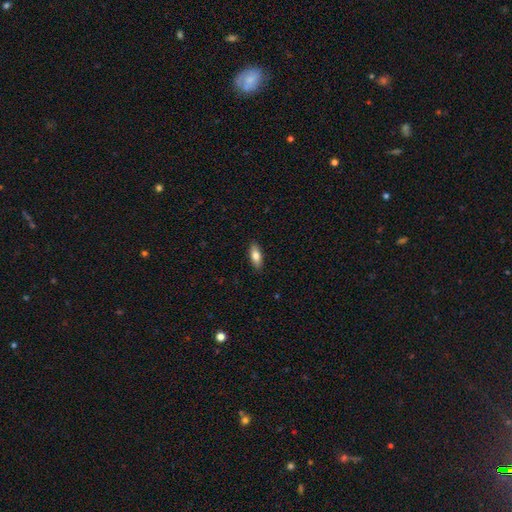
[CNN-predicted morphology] Overall: smooth (79%). How rounded: in between (78%). Merging: none (89%).